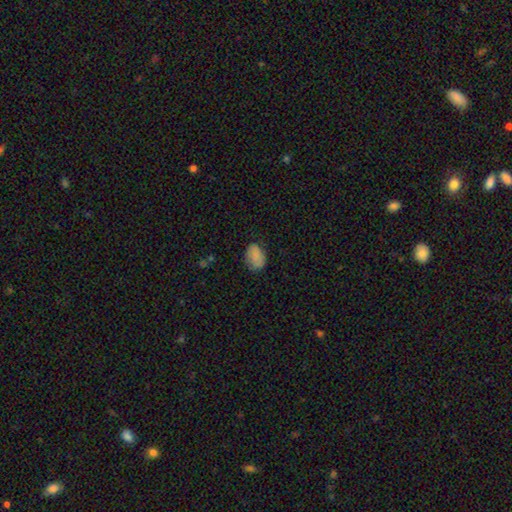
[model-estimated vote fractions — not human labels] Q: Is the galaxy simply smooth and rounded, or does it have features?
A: smooth — 83%.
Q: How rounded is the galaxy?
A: in between — 83%.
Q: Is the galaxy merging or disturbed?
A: none — 70%.